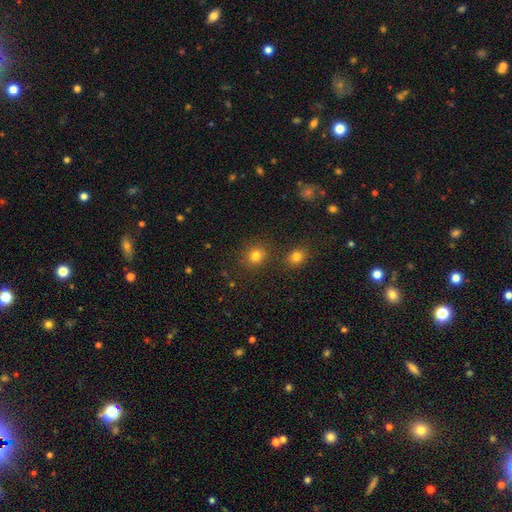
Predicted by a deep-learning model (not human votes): smooth_or_featured: smooth (p=0.80) [alt: star or artifact p=0.14]
how_rounded: round (p=0.81) [alt: in between p=0.18]
merging: none (p=0.80) [alt: minor disturbance p=0.08]